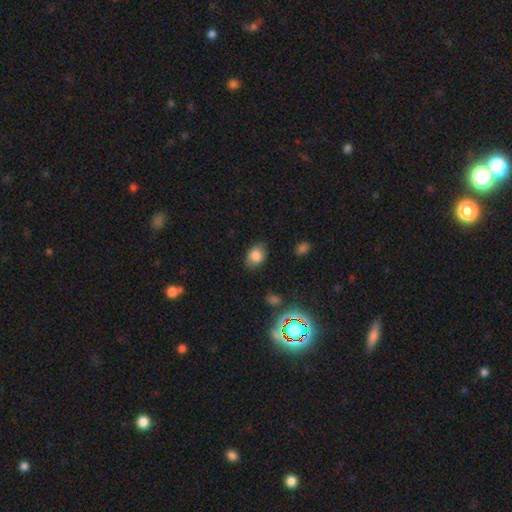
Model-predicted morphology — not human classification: smooth-or-featured: smooth: 81% | star or artifact: 11% | featured or disk: 7%
  how-rounded: in between: 64% | round: 35% | cigar-shaped: 1%
  merging: none: 76% | minor disturbance: 18% | major disturbance: 4% | merger: 2%